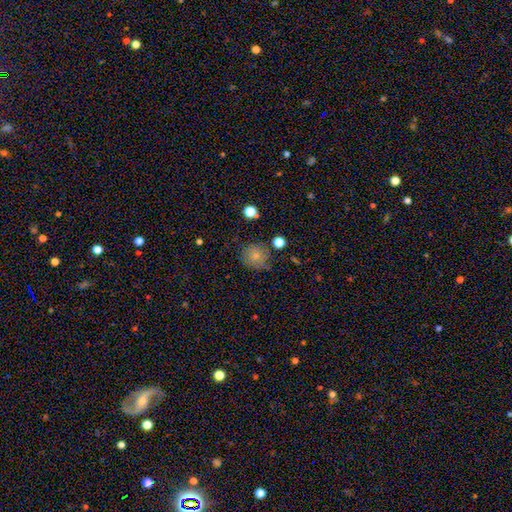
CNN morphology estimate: type=smooth (76%); roundness=round (90%); merging=none (75%).